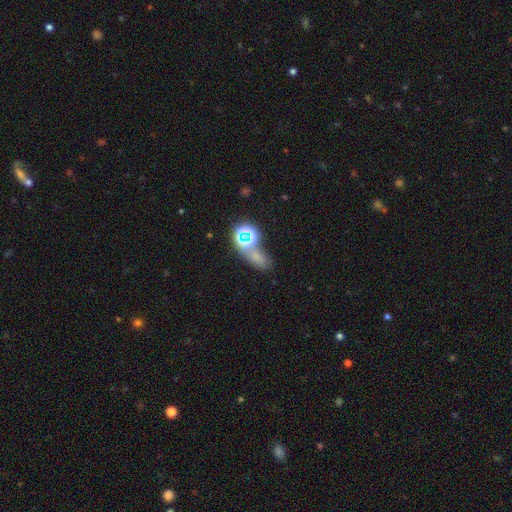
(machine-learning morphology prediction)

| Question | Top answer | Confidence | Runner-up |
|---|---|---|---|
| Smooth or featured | smooth | 50% | star or artifact (39%) |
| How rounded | in between | 63% | round (29%) |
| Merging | none | 51% | merger (24%) |